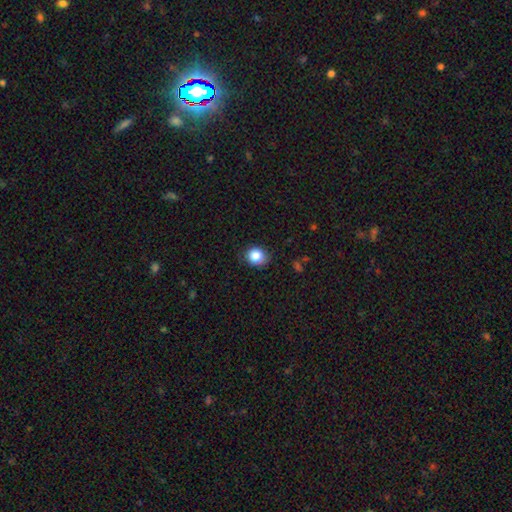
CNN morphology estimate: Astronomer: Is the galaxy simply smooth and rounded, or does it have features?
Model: smooth — 85%.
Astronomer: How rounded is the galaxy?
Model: round — 72%.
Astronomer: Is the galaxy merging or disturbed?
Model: none — 80%.